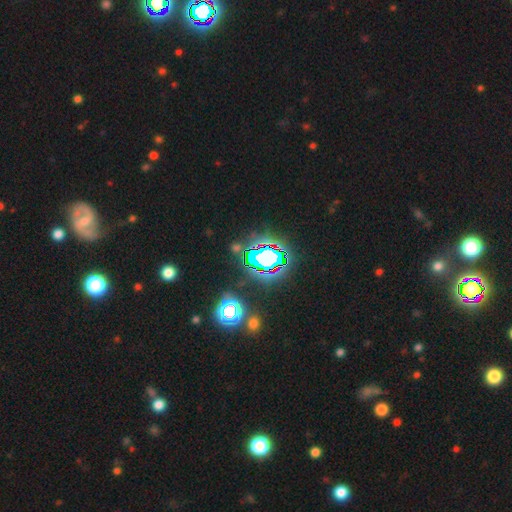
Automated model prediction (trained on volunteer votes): star or artifact 77%, smooth 13%, featured or disk 9%.